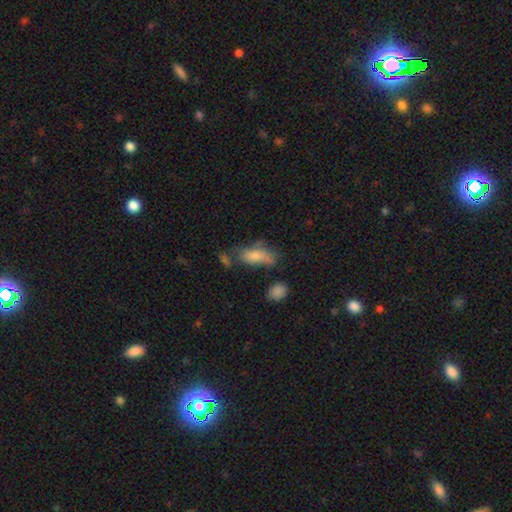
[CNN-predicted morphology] A smooth galaxy with no disk features (76%) that is in between round and cigar-shaped (82%).

Vote fractions:
- Smooth or featured? smooth: 76% / featured or disk: 17% / star or artifact: 8%
- How rounded? in between: 82% / cigar-shaped: 14% / round: 3%
- Merging? none: 42% / minor disturbance: 26% / major disturbance: 16% / merger: 16%